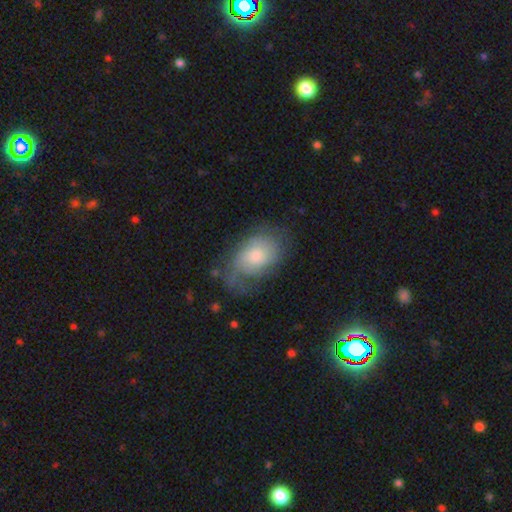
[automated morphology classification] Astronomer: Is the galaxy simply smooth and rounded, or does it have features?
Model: featured or disk — 48% (runner-up: smooth, 44%).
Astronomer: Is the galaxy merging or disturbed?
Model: none — 48% (runner-up: minor disturbance, 29%).